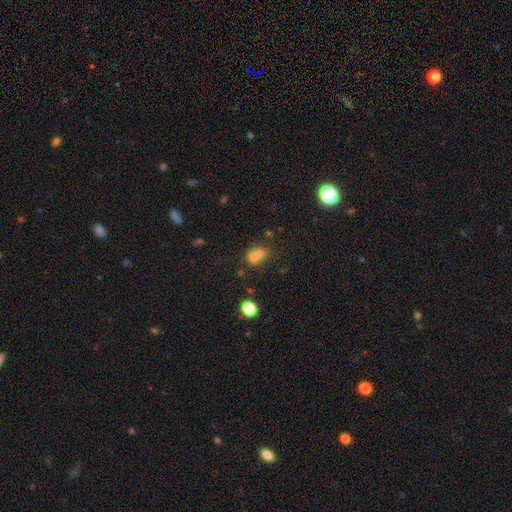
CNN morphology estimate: Smooth or featured? smooth (67%)
How rounded? round (70%)
Merging? merger (62%)